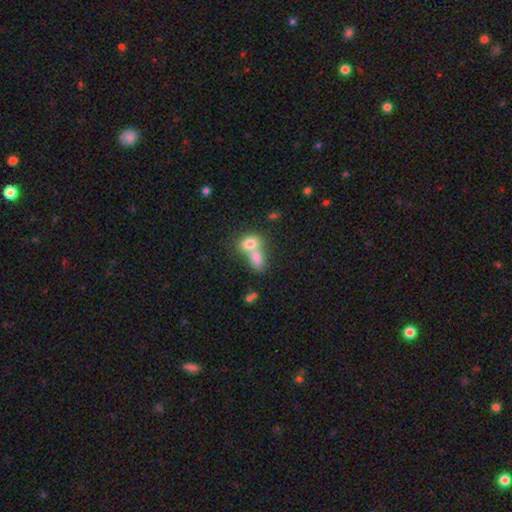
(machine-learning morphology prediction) Smooth or featured? Predicted: smooth (p=0.78). How rounded? Predicted: in between (p=0.80). Merging? Predicted: merger (p=0.71).